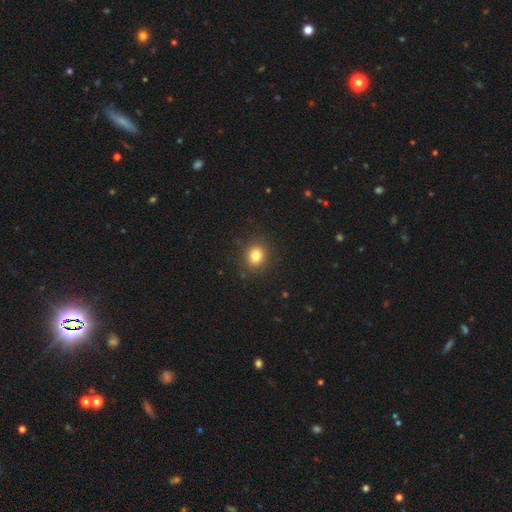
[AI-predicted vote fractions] Q: Smooth or featured?
A: smooth (81%); runner-up: star or artifact (12%)
Q: How rounded?
A: round (74%); runner-up: in between (25%)
Q: Merging?
A: none (88%); runner-up: minor disturbance (8%)